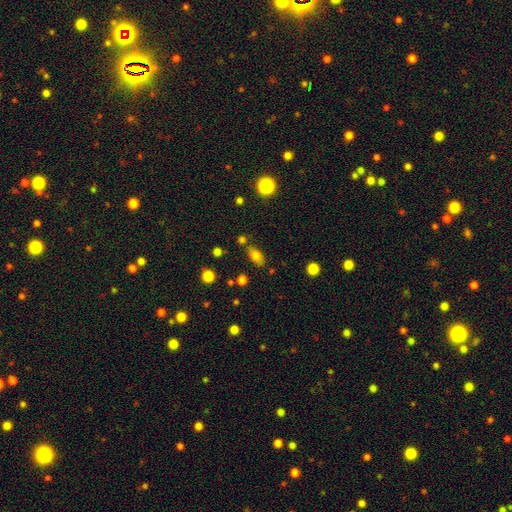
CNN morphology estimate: A smooth galaxy with no disk features (76%) that is in between round and cigar-shaped (83%).

Vote fractions:
- Smooth or featured? smooth: 76% / featured or disk: 12% / star or artifact: 12%
- How rounded? in between: 83% / round: 10% / cigar-shaped: 7%
- Merging? none: 70% / minor disturbance: 16% / merger: 10% / major disturbance: 4%